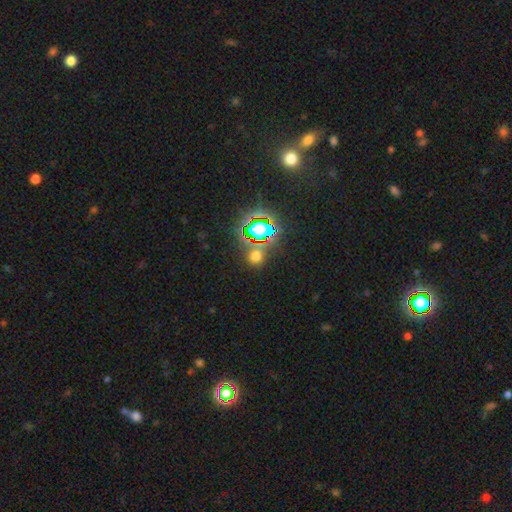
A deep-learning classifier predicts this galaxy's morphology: Smooth or featured? smooth (52%)
How rounded? round (84%)
Merging? none (77%)